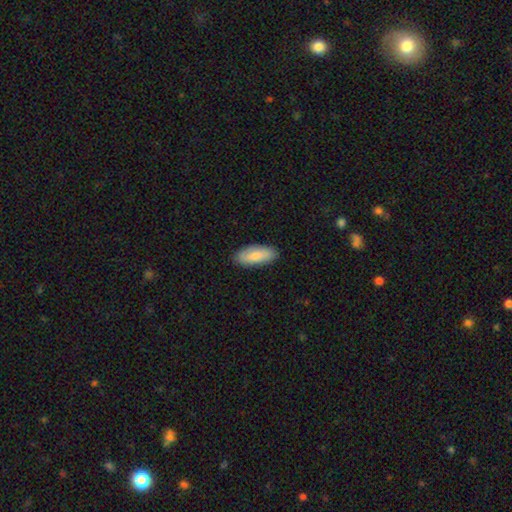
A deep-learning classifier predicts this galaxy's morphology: smooth 81%, featured or disk 13%, star or artifact 6%. Down the decision tree: how rounded — in between (81%); merging — none (87%).